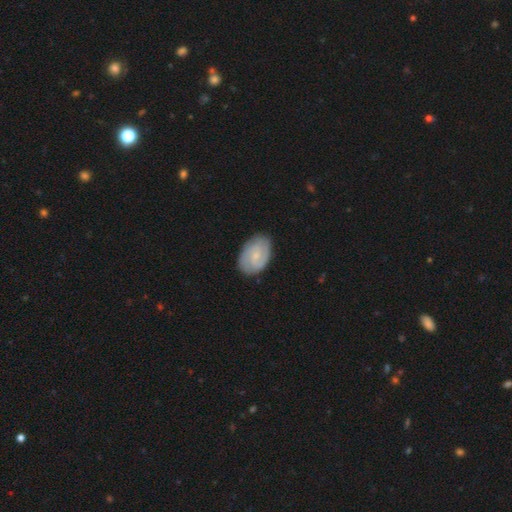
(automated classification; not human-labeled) Smooth or featured? featured or disk (64%)
Edge-on disk? no (97%)
Bar? no (48%)
Spiral arms? yes (91%)
Spiral winding? tight (50%)
Spiral arm count? 2 (59%)
Bulge size? small (66%)
Merging? none (82%)